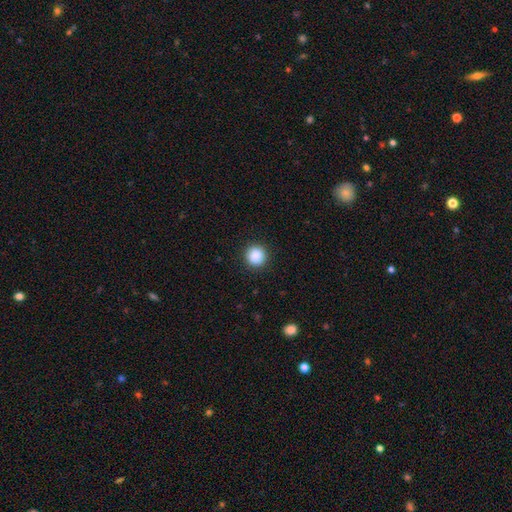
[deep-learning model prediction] A smooth galaxy with no disk features (89%) that is round (95%).

Vote fractions:
- Smooth or featured? smooth: 89% / star or artifact: 9% / featured or disk: 3%
- How rounded? round: 95% / in between: 4% / cigar-shaped: 1%
- Merging? none: 92% / minor disturbance: 6% / major disturbance: 2% / merger: 1%